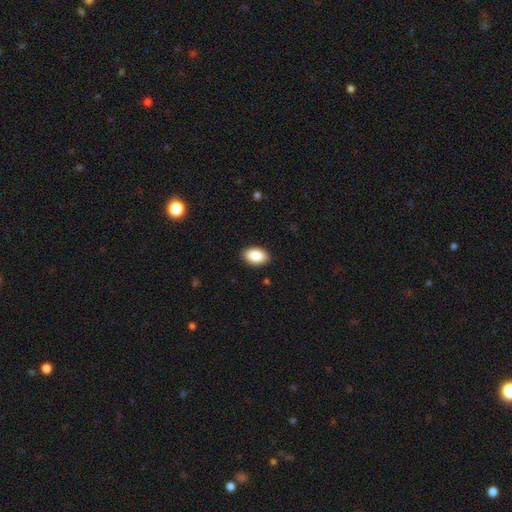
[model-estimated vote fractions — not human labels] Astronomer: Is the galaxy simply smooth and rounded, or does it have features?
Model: smooth — 90%.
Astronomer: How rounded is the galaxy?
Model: in between — 92%.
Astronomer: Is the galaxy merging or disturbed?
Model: none — 89%.